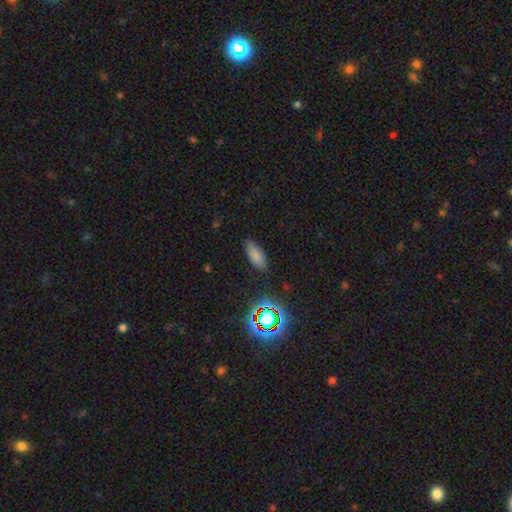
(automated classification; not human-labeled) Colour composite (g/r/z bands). It shows a smooth galaxy with no disk features (77%) that is in between round and cigar-shaped (80%). Merging: none (82%).